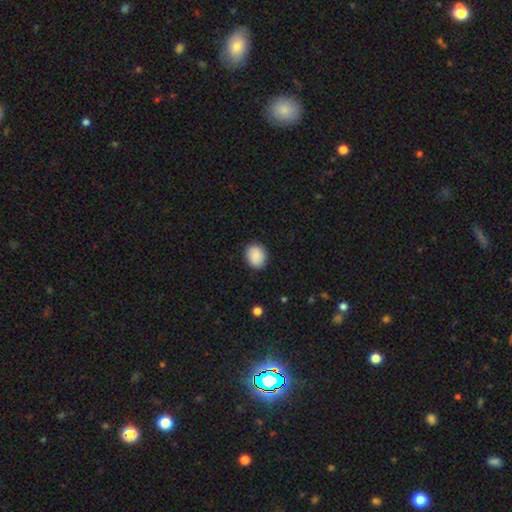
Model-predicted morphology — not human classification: Smooth or featured? Predicted: smooth (p=0.89). How rounded? Predicted: round (p=0.53). Merging? Predicted: none (p=0.87).